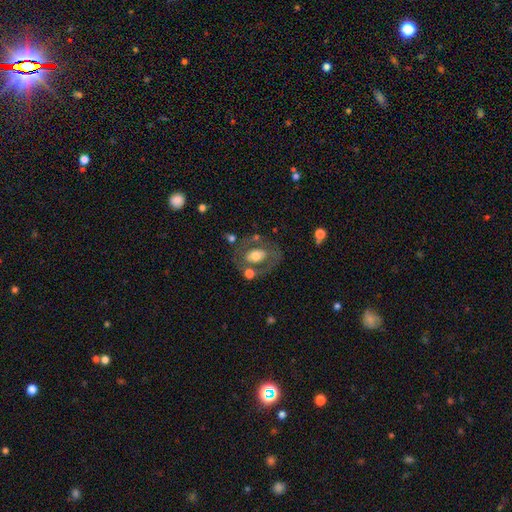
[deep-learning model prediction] A featured or disk galaxy (49%).

Vote fractions:
- Smooth or featured? featured or disk: 49% / smooth: 44% / star or artifact: 7%
- Merging? none: 64% / minor disturbance: 15% / merger: 11% / major disturbance: 11%